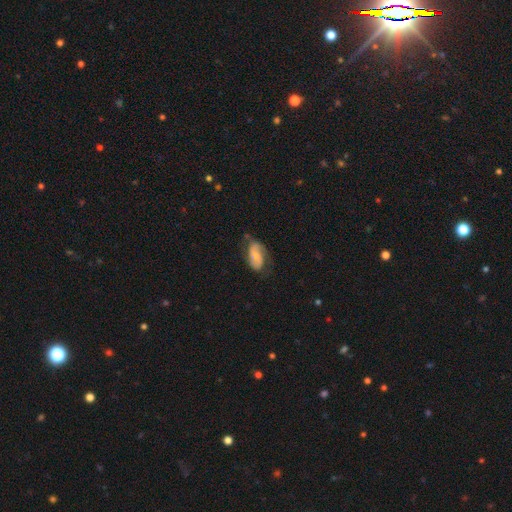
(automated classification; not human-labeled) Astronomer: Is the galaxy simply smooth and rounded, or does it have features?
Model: featured or disk — 56% (runner-up: smooth, 37%).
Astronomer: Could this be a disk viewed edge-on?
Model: no — 96%.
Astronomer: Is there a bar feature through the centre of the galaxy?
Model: no — 54% (runner-up: weak, 35%).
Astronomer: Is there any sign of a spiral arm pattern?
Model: yes — 89%.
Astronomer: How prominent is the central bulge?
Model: small — 49% (runner-up: moderate, 25%).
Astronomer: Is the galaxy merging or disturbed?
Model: none — 57%.